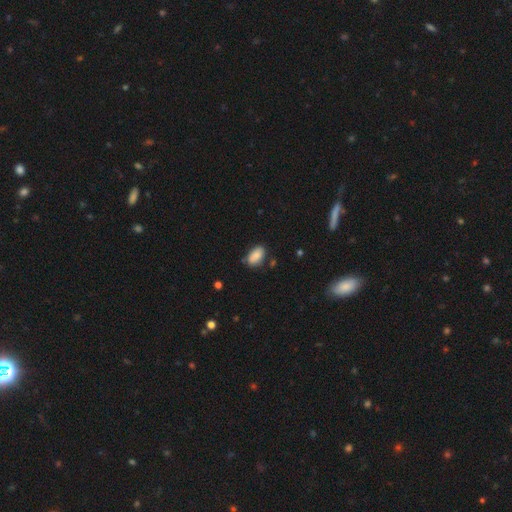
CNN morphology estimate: type=smooth (87%); roundness=in between (93%); merging=none (73%).